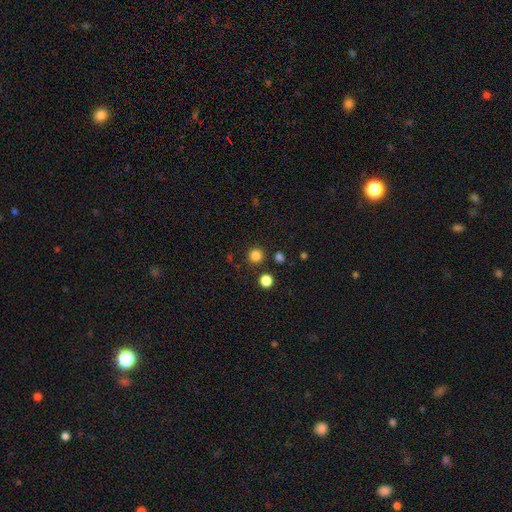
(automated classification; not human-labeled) Smooth or featured? Predicted: smooth (p=0.82). How rounded? Predicted: round (p=0.94). Merging? Predicted: none (p=0.87).